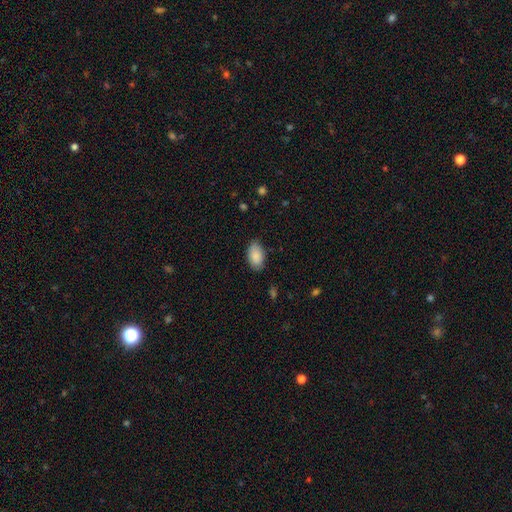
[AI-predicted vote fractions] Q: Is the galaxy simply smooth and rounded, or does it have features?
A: smooth — 88%.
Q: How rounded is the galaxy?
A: in between — 94%.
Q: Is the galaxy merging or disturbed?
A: none — 78%.